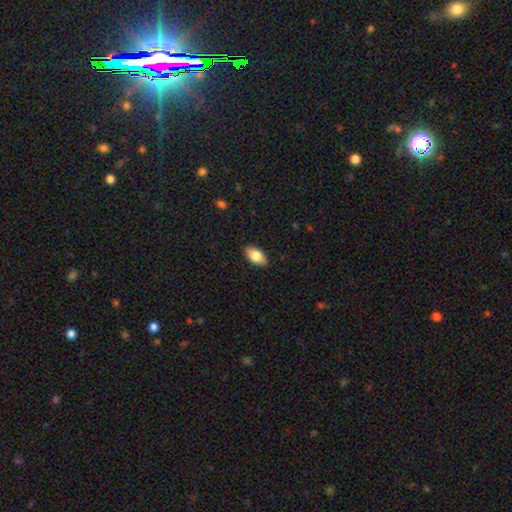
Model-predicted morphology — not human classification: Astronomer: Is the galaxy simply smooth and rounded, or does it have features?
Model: smooth — 81%.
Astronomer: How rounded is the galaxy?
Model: in between — 93%.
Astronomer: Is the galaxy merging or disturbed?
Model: none — 88%.